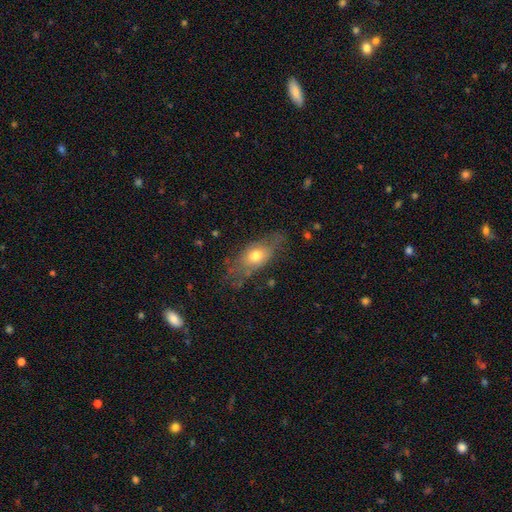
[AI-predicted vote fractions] smooth_or_featured: smooth (p=0.62) [alt: featured or disk p=0.30]
how_rounded: in between (p=0.76) [alt: cigar-shaped p=0.15]
merging: none (p=0.61) [alt: minor disturbance p=0.25]